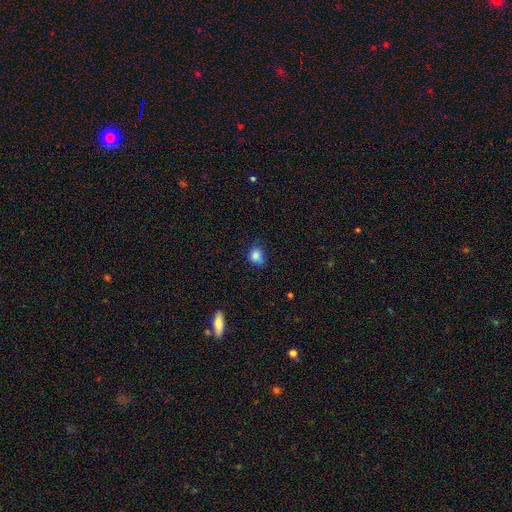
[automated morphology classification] smooth_or_featured: smooth (p=0.81) [alt: star or artifact p=0.11]
how_rounded: round (p=0.60) [alt: in between p=0.39]
merging: none (p=0.50) [alt: minor disturbance p=0.34]